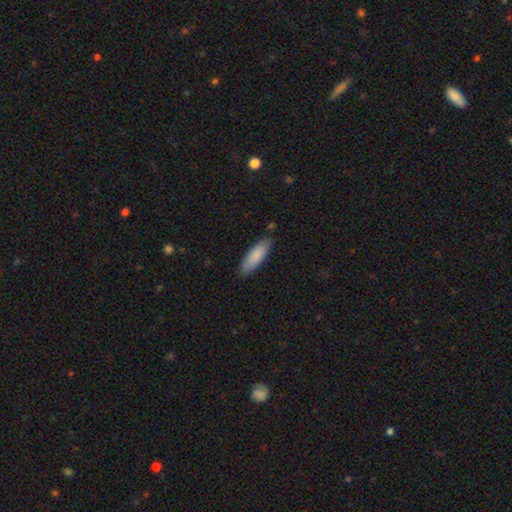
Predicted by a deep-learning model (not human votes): This appears to be a smooth galaxy with no disk features (86%) that is in between round and cigar-shaped (54%). Merging: none (83%).